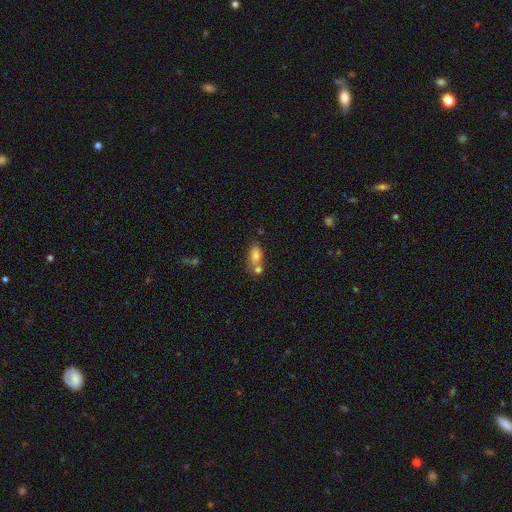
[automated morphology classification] A smooth galaxy with no disk features (78%) that is in between round and cigar-shaped (82%). Merging: none (42%).